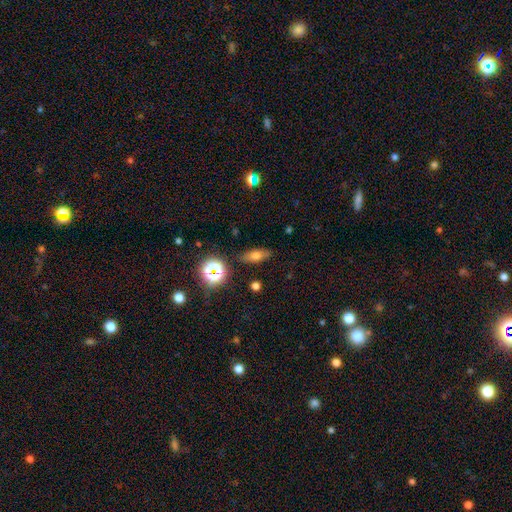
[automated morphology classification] smooth_or_featured: smooth (p=0.65) [alt: featured or disk p=0.19]
how_rounded: in between (p=0.60) [alt: cigar-shaped p=0.28]
merging: none (p=0.86) [alt: minor disturbance p=0.09]